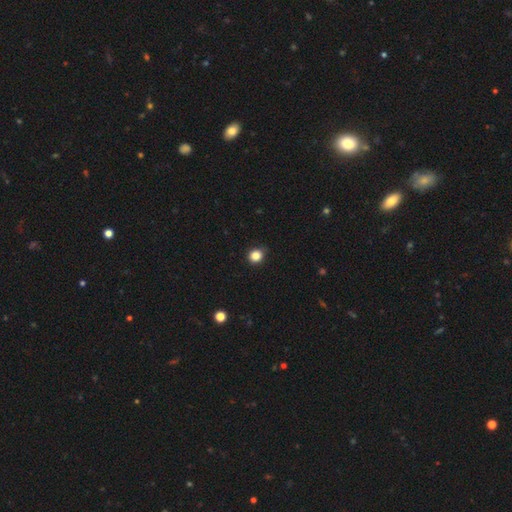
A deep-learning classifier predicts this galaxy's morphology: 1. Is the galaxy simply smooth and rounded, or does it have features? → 84% smooth, 12% star or artifact, 4% featured or disk.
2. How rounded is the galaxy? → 82% round, 17% in between, 1% cigar-shaped.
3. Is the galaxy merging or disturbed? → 85% none, 12% minor disturbance, 2% major disturbance, 1% merger.